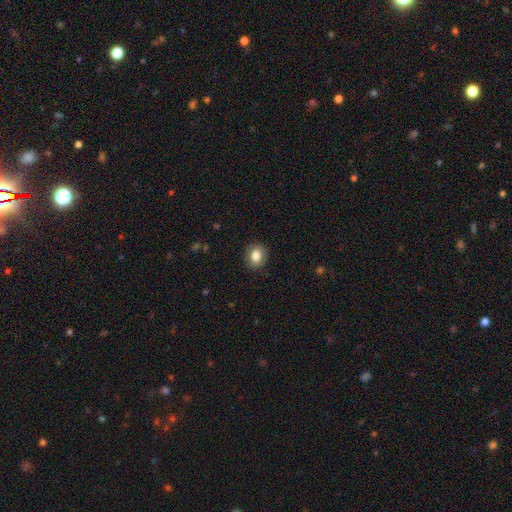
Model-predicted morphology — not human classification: This appears to be a smooth galaxy with no disk features (81%) that is round (62%). Merging: none (89%).